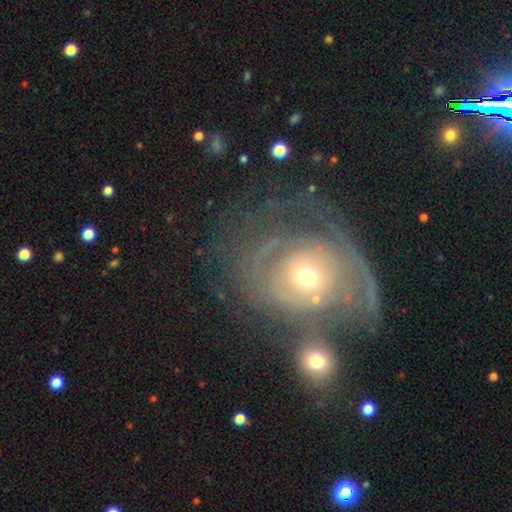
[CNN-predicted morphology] Smooth or featured? featured or disk (74%)
Edge-on disk? no (96%)
Bar? no (77%)
Spiral arms? yes (72%)
Spiral winding? tight (63%)
Spiral arm count? can't tell (50%)
Bulge size? moderate (50%)
Merging? none (38%)